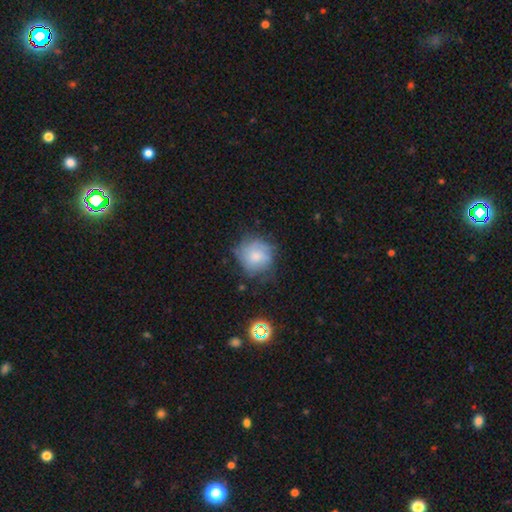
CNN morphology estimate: The model was most divided on "merging": none: 55%, minor disturbance: 29%, major disturbance: 14%, merger: 2%. More confident: how rounded — round (84%); smooth or featured — smooth (61%).